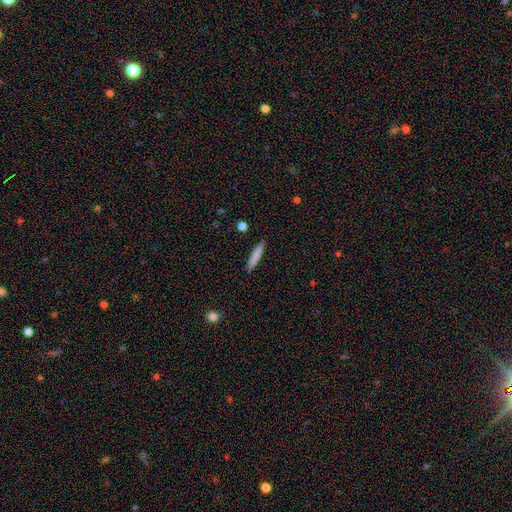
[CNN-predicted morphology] Smooth or featured? Predicted: smooth (p=0.79). How rounded? Predicted: cigar-shaped (p=0.94). Merging? Predicted: none (p=0.90).